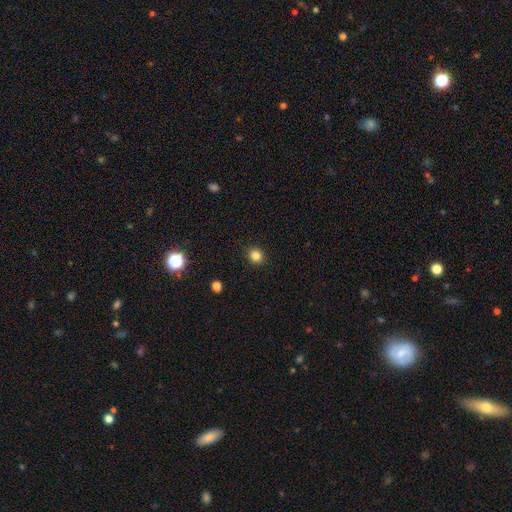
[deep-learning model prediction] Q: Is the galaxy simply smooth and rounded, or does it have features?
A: smooth — 83%.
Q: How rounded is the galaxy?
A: round — 76%.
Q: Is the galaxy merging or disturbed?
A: none — 90%.